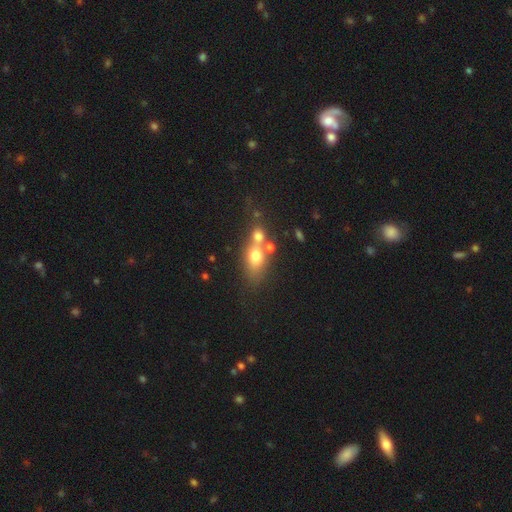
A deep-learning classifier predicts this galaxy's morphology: This is likely a smooth galaxy (67%). How rounded: likely in between (66%). Merging: possibly merger (47%).